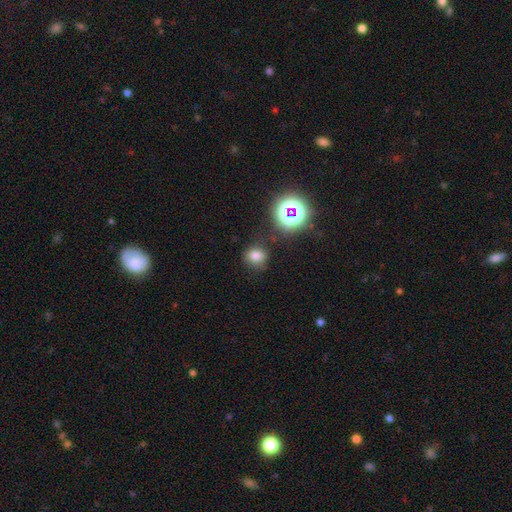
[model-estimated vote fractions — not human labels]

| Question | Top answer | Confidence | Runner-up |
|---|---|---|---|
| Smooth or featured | smooth | 72% | star or artifact (21%) |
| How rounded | round | 73% | in between (26%) |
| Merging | none | 78% | minor disturbance (13%) |